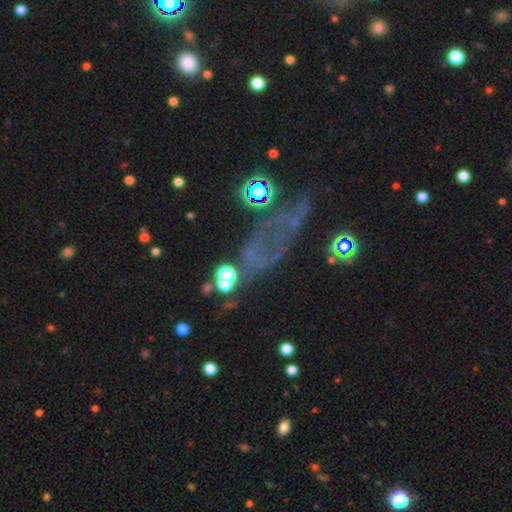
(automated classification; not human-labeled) This is possibly a star or artifact rather than a galaxy (56%).